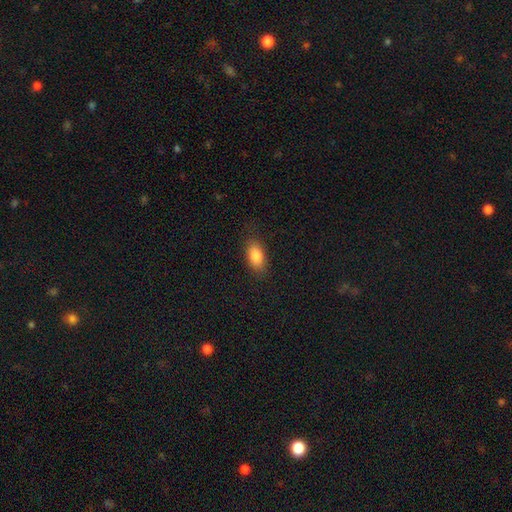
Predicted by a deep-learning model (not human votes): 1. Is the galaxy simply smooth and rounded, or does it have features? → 86% smooth, 7% star or artifact, 7% featured or disk.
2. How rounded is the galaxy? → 90% in between, 5% cigar-shaped, 5% round.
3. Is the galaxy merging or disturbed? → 83% none, 13% minor disturbance, 4% major disturbance, 1% merger.